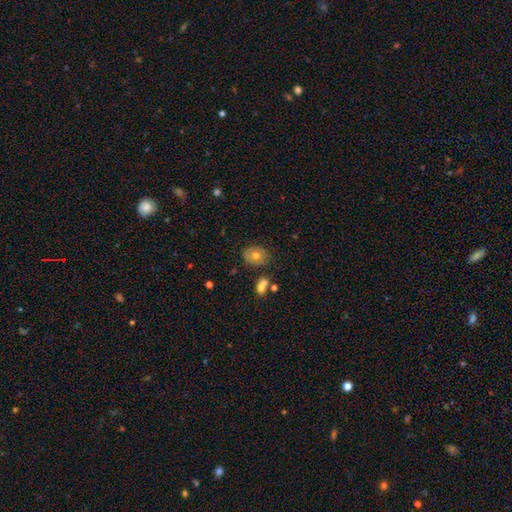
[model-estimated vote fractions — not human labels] Smooth or featured?
  - smooth: 63% *
  - featured or disk: 25%
  - star or artifact: 12%
How rounded?
  - in between: 55% *
  - round: 43%
  - cigar-shaped: 1%
Merging?
  - none: 75% *
  - minor disturbance: 15%
  - merger: 6%
  - major disturbance: 4%